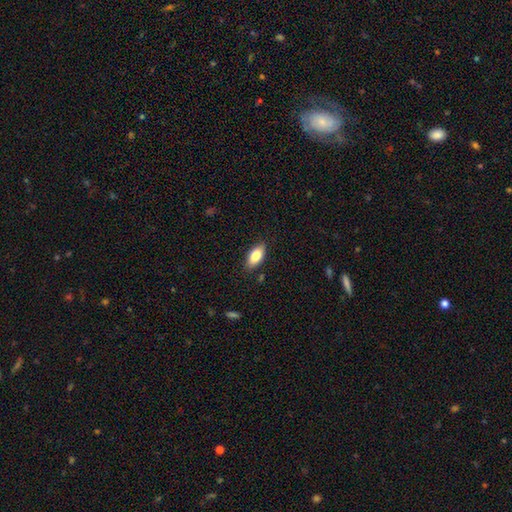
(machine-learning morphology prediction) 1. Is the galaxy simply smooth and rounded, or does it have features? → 84% smooth, 9% featured or disk, 7% star or artifact.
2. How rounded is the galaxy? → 88% in between, 9% cigar-shaped, 3% round.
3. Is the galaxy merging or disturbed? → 84% none, 12% minor disturbance, 2% major disturbance, 1% merger.